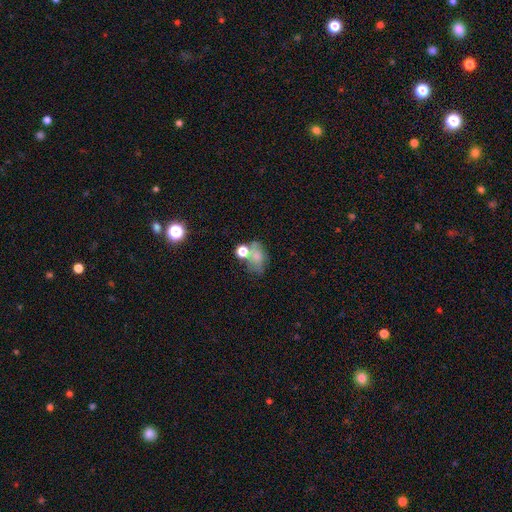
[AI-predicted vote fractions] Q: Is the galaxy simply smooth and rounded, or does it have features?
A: smooth — 63%.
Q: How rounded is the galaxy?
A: in between — 69%.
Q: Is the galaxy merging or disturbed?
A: none — 33%.